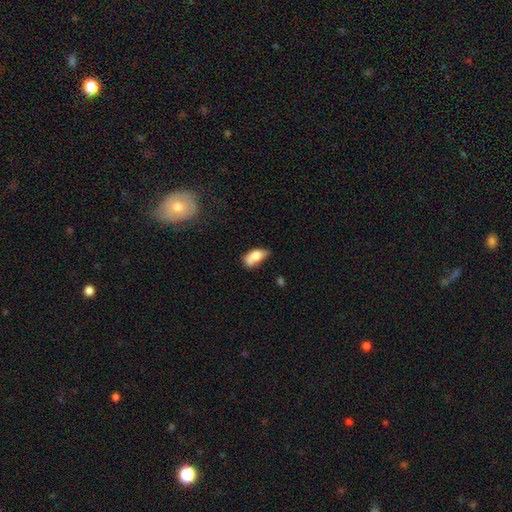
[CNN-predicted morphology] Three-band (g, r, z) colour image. It shows a smooth galaxy with no disk features (71%) that is in between round and cigar-shaped (87%). Merging: none (33%).